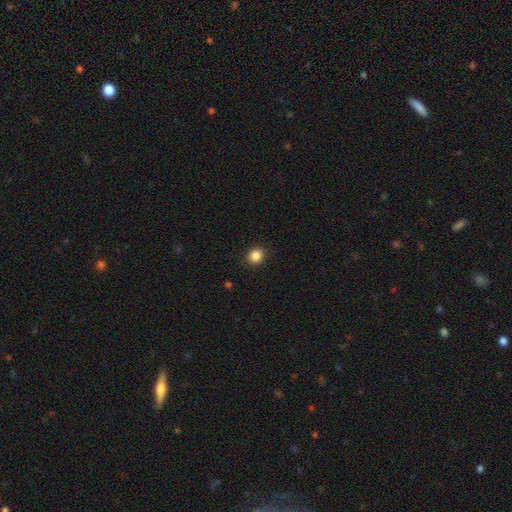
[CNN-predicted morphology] Smooth or featured? smooth (87%)
How rounded? round (79%)
Merging? none (91%)